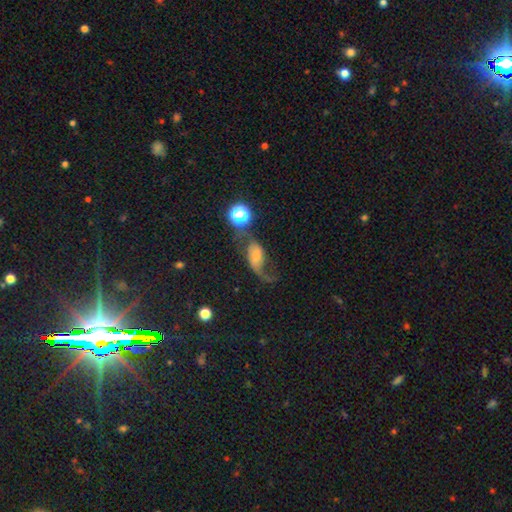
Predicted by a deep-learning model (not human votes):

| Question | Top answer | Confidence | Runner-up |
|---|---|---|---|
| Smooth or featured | featured or disk | 60% | smooth (27%) |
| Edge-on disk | no | 94% | yes (6%) |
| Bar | no | 54% | weak (33%) |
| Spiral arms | yes | 87% | no (13%) |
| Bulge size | small | 48% | moderate (29%) |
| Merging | none | 38% | major disturbance (33%) |